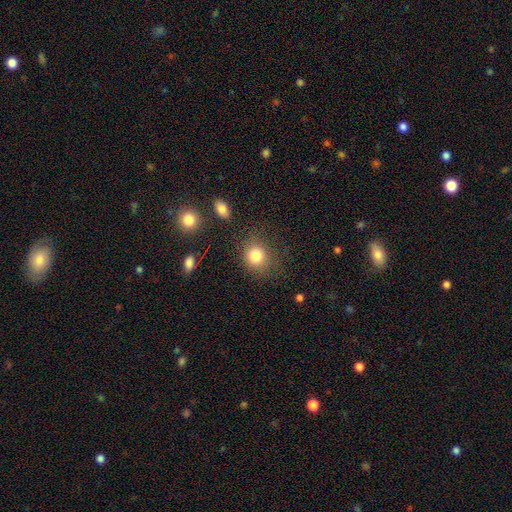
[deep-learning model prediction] This appears to be a smooth galaxy with no disk features (83%) that is round (75%). Merging: none (75%).